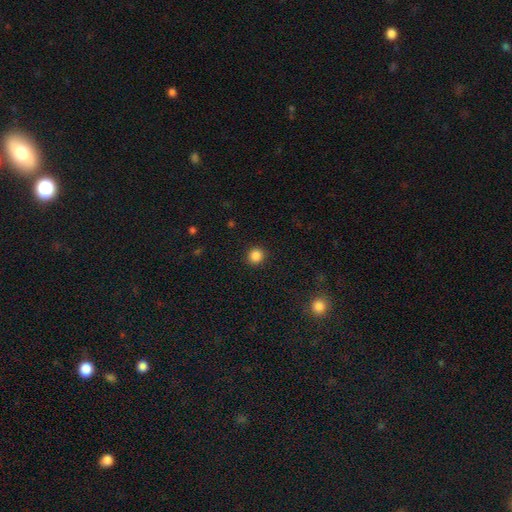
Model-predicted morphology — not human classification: type=smooth (85%); roundness=round (89%); merging=none (91%).